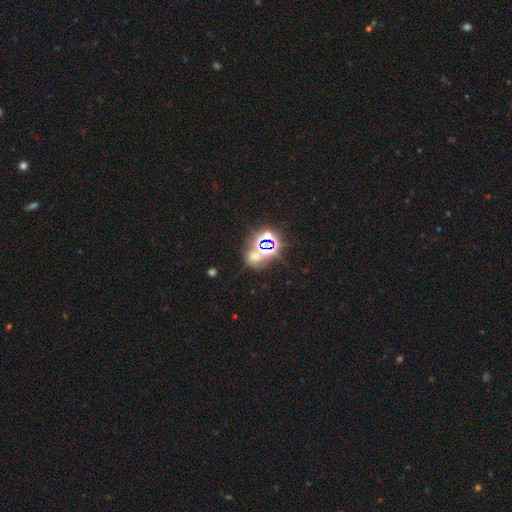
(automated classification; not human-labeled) A star or artifact, not a galaxy (59%).